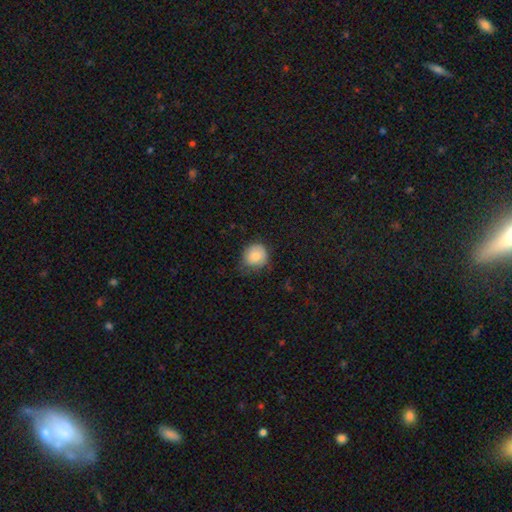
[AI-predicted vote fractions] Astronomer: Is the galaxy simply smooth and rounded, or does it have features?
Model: smooth — 80%.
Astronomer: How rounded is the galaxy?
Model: round — 84%.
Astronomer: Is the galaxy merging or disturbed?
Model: none — 58%.